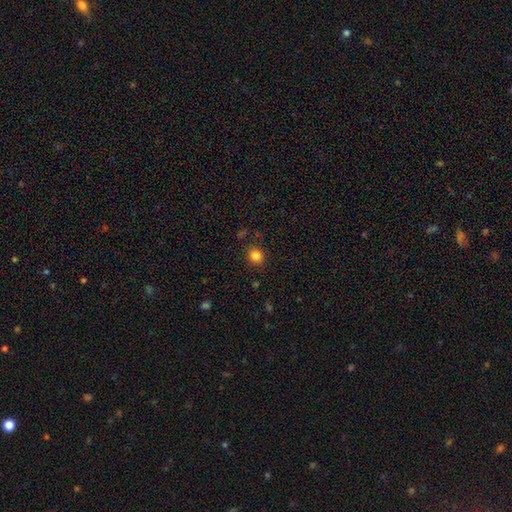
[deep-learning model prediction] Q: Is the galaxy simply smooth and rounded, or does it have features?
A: smooth — 83%.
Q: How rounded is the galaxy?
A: round — 82%.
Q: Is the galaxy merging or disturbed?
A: none — 87%.